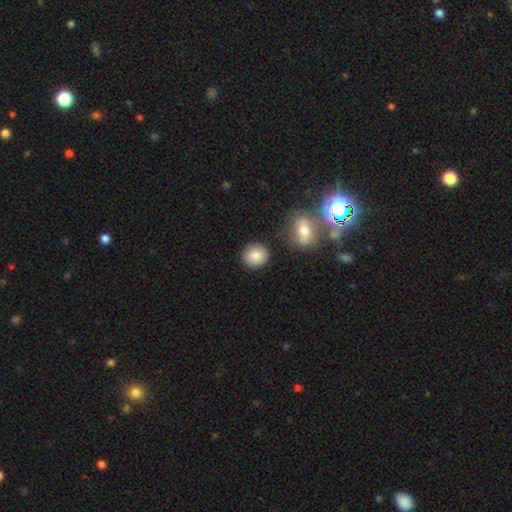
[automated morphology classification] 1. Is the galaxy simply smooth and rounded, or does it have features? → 86% smooth, 8% star or artifact, 6% featured or disk.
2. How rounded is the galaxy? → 88% round, 11% in between, 1% cigar-shaped.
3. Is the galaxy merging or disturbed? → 86% none, 7% minor disturbance, 4% merger, 2% major disturbance.